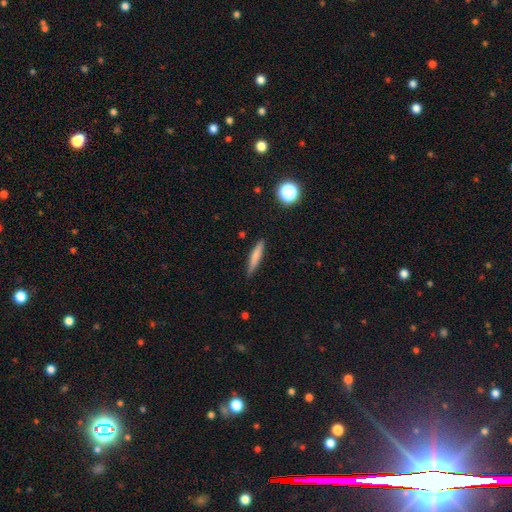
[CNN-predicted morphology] Smooth or featured? Predicted: smooth (p=0.72). How rounded? Predicted: cigar-shaped (p=0.90). Merging? Predicted: none (p=0.84).